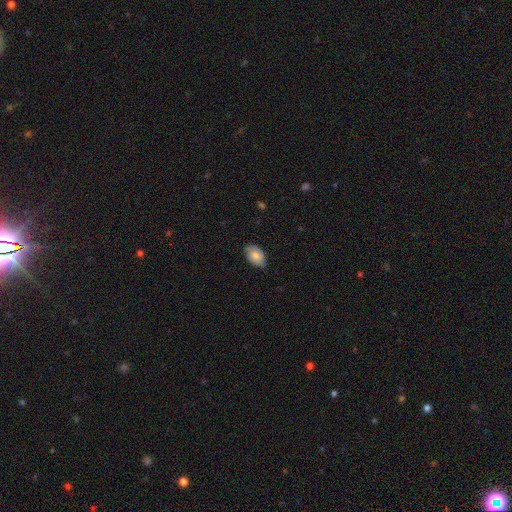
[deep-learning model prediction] smooth_or_featured: smooth (p=0.74) [alt: featured or disk p=0.19]
how_rounded: in between (p=0.91) [alt: round p=0.08]
merging: none (p=0.73) [alt: minor disturbance p=0.23]